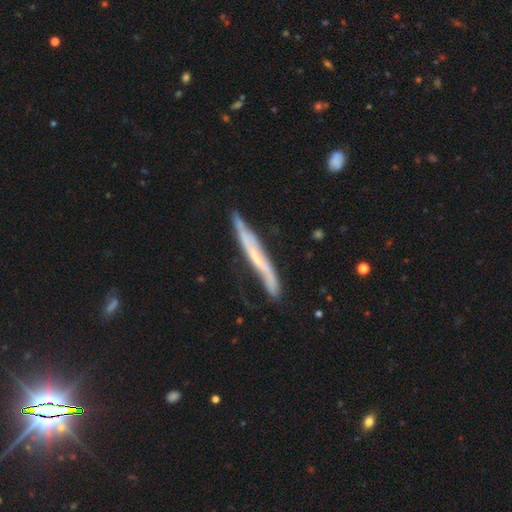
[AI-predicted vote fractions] This is likely a featured or disk galaxy (66%). It is likely viewed edge-on (74%). Merging: likely none (63%).